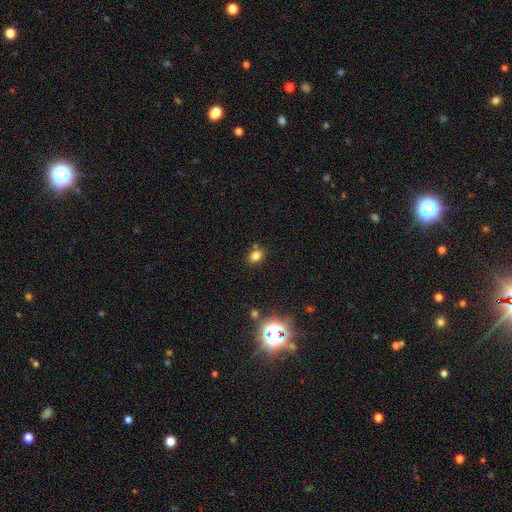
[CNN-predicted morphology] A smooth galaxy with no disk features (78%) that is in between round and cigar-shaped (57%).

Vote fractions:
- Smooth or featured? smooth: 78% / star or artifact: 15% / featured or disk: 7%
- How rounded? in between: 57% / round: 41% / cigar-shaped: 1%
- Merging? none: 73% / minor disturbance: 13% / merger: 10% / major disturbance: 4%